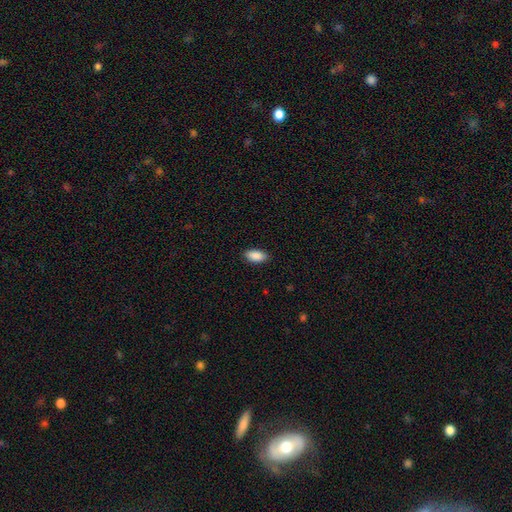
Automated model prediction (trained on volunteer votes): This appears to be a smooth galaxy with no disk features (90%) that is in between round and cigar-shaped (92%). Merging: none (88%).